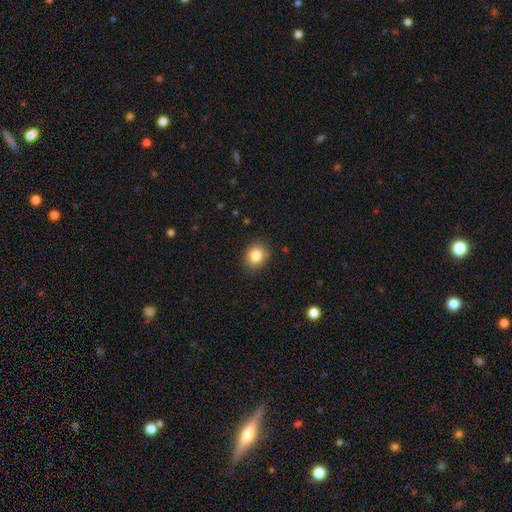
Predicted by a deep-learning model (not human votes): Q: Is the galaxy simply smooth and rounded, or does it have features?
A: smooth — 83%.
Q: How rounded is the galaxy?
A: round — 58%.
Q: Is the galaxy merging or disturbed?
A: none — 85%.